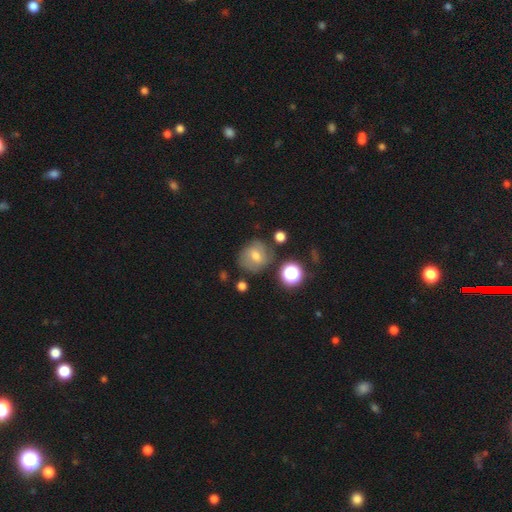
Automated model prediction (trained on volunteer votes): smooth 50%, featured or disk 35%, star or artifact 15%. Down the decision tree: merging — none (70%).